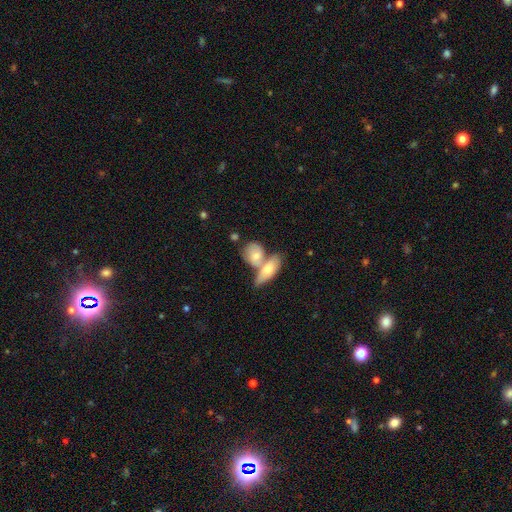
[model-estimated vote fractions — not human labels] This is likely a smooth galaxy (69%). How rounded: likely in between (67%). Merging: possibly merger (58%).